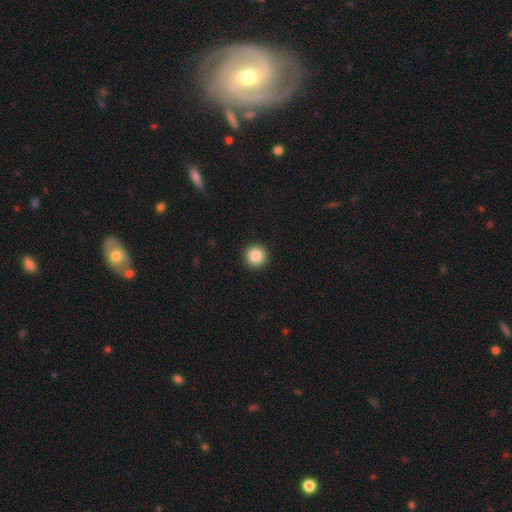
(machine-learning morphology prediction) This appears to be a smooth galaxy with no disk features (87%) that is round (96%). Merging: none (93%).